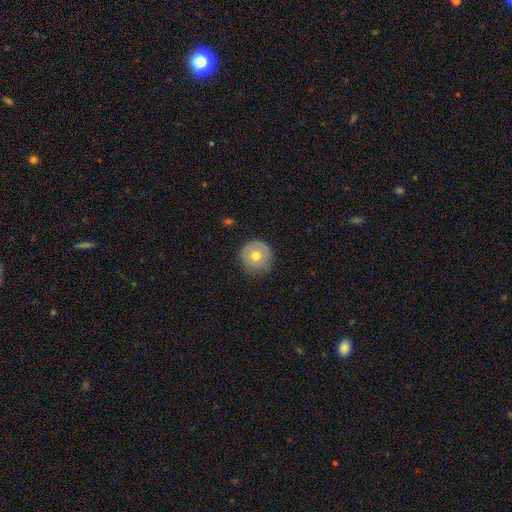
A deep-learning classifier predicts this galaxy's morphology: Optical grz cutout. It shows a smooth galaxy with no disk features (69%) that is round (95%). Merging: none (82%).